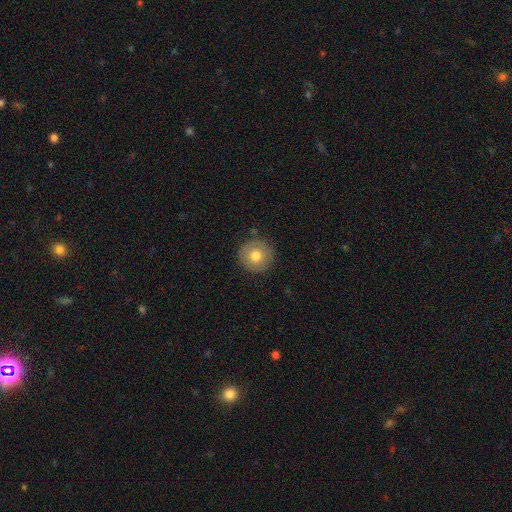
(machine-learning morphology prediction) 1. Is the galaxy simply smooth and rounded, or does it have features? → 71% smooth, 20% featured or disk, 8% star or artifact.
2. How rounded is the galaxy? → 95% round, 4% in between, 1% cigar-shaped.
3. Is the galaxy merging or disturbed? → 88% none, 8% minor disturbance, 2% major disturbance, 1% merger.